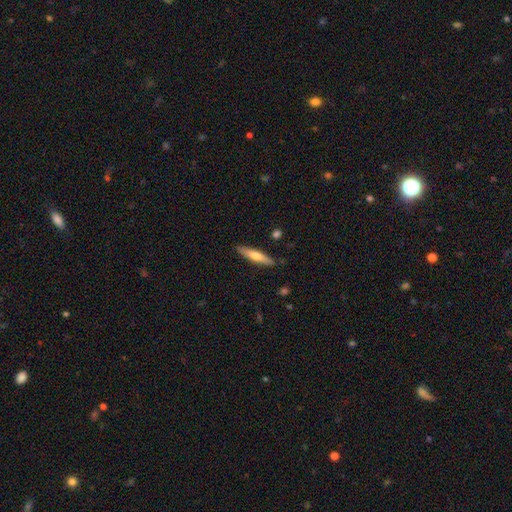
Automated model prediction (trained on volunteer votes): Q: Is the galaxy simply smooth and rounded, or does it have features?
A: smooth — 61%.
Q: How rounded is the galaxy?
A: cigar-shaped — 84%.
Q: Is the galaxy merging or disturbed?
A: none — 88%.